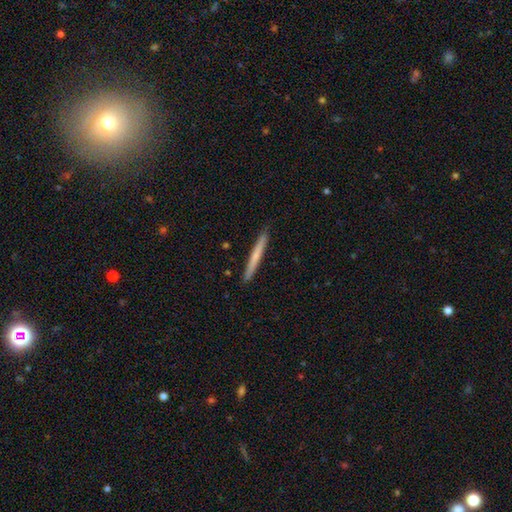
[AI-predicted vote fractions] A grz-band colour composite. It shows a smooth galaxy with no disk features (60%) that is cigar-shaped (97%). Merging: none (91%).